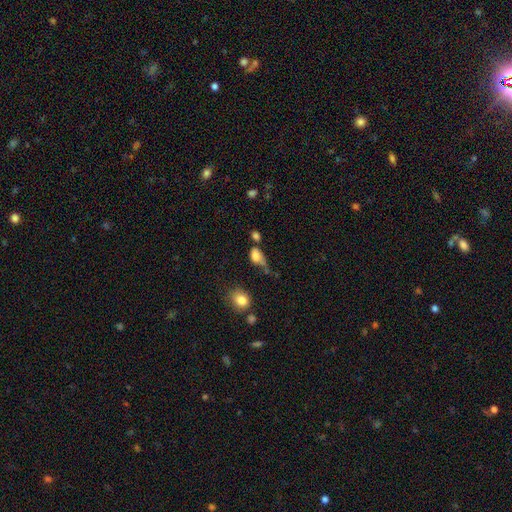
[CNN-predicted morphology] This is likely a smooth galaxy (75%). How rounded: likely in between (76%). Merging: marginally major disturbance (26%, tied with none and minor disturbance).